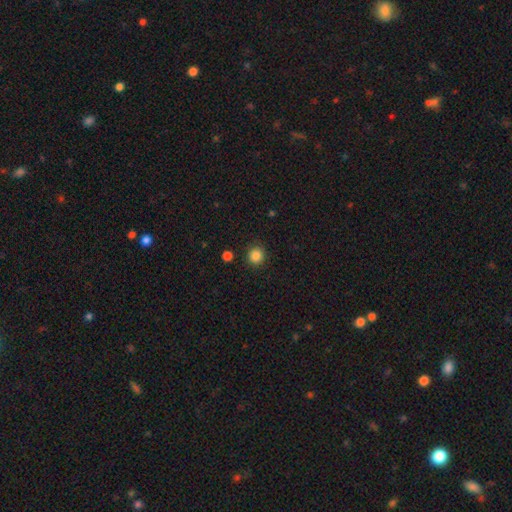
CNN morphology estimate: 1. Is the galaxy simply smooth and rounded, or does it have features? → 85% smooth, 11% star or artifact, 4% featured or disk.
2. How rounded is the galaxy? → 91% round, 8% in between, 1% cigar-shaped.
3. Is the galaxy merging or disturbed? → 90% none, 6% minor disturbance, 2% major disturbance, 2% merger.